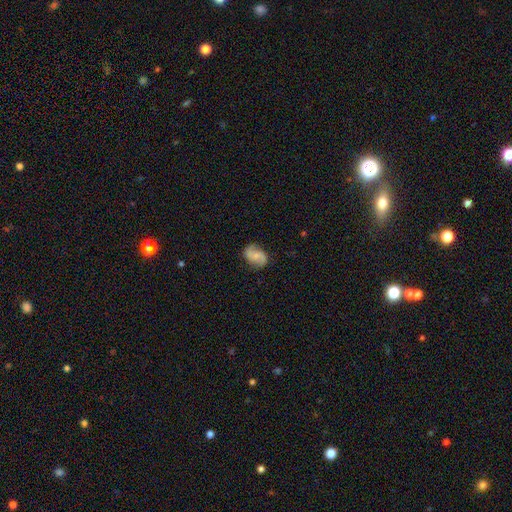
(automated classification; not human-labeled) Overall: featured or disk (72%). Edge-on disk: no (98%). Bar: no (50%; weak 40%). Spiral arms: yes (95%). Spiral arm count: 2 (91%). Spiral winding: loose (43%; medium 42%). Bulge size: small (49%; moderate 26%). Merging: none (80%).